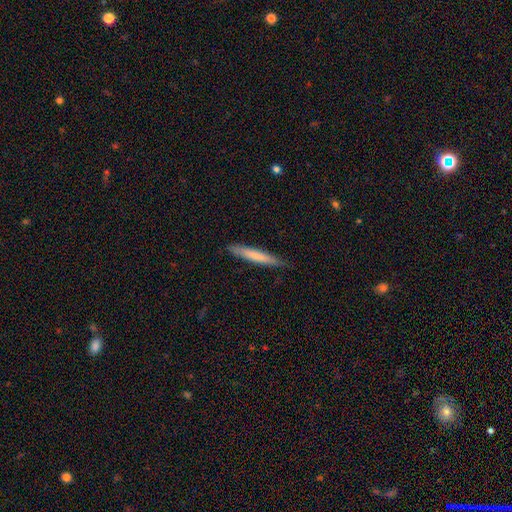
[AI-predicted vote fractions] The model was most divided on "smooth or featured": smooth: 69%, featured or disk: 25%, star or artifact: 5%. More confident: how rounded — cigar-shaped (94%); merging — none (86%).